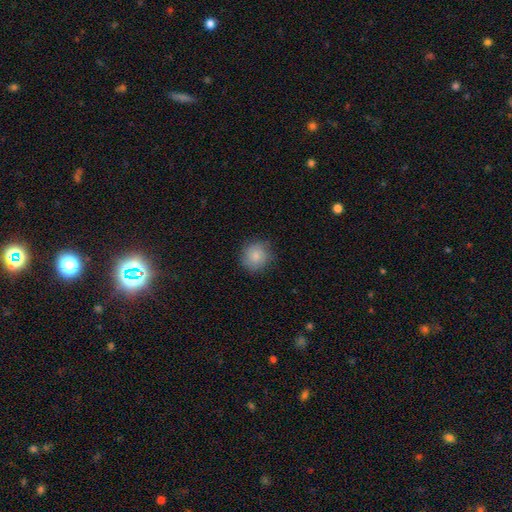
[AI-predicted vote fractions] The model was most divided on "smooth or featured": smooth: 80%, featured or disk: 13%, star or artifact: 8%. More confident: how rounded — round (89%); merging — none (82%).